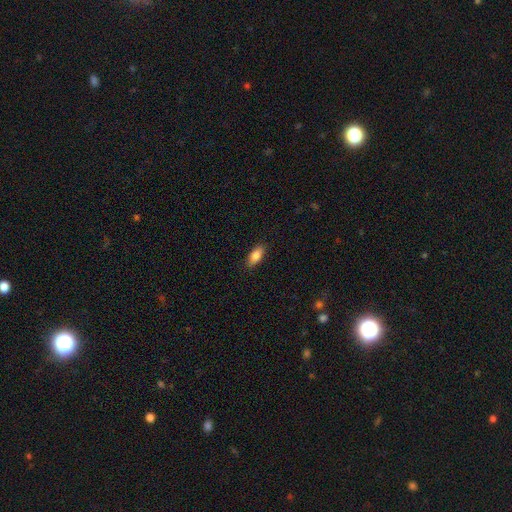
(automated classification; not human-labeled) smooth_or_featured: smooth (p=0.86) [alt: featured or disk p=0.08]
how_rounded: in between (p=0.87) [alt: cigar-shaped p=0.10]
merging: none (p=0.88) [alt: minor disturbance p=0.09]